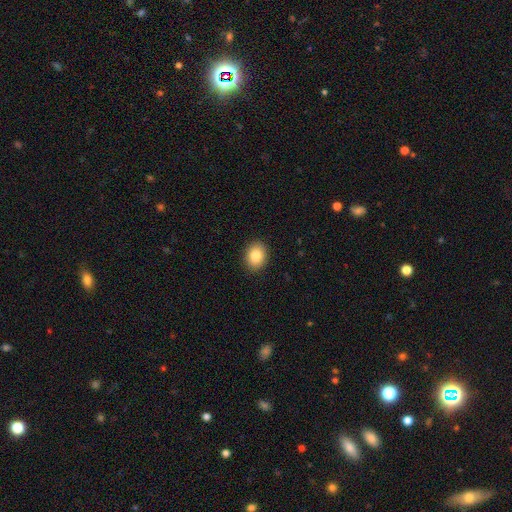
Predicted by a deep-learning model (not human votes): Smooth or featured? Predicted: smooth (p=0.85). How rounded? Predicted: in between (p=0.59). Merging? Predicted: none (p=0.90).